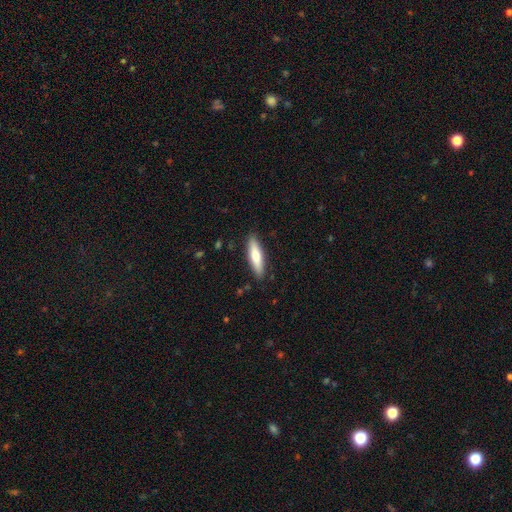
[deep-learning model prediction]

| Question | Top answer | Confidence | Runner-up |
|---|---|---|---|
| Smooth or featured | smooth | 68% | featured or disk (27%) |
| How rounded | cigar-shaped | 70% | in between (28%) |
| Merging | none | 88% | minor disturbance (9%) |